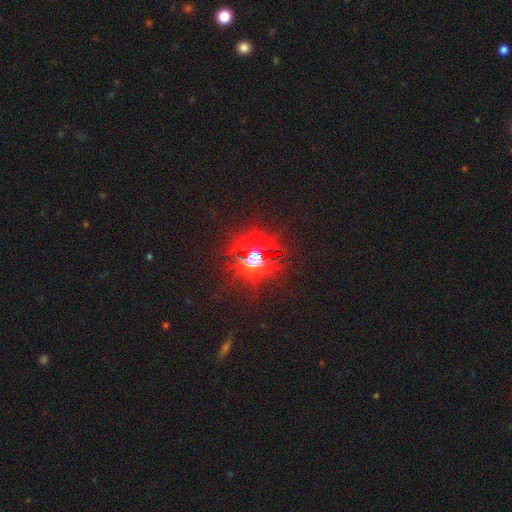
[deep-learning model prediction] Overall: star or artifact (74%).